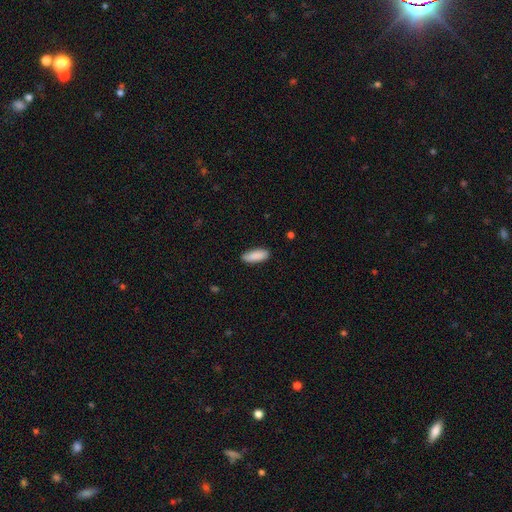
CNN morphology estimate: The model was most divided on "how rounded": in between: 72%, cigar-shaped: 26%, round: 2%. More confident: smooth or featured — smooth (89%); merging — none (85%).